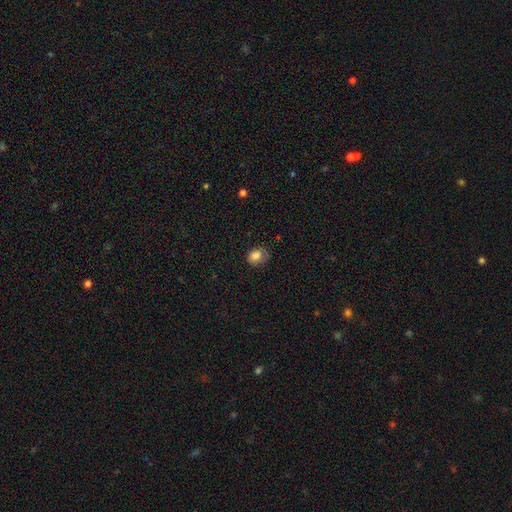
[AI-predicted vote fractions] Morphology: type=smooth (82%); roundness=in between (51%); merging=none (58%).